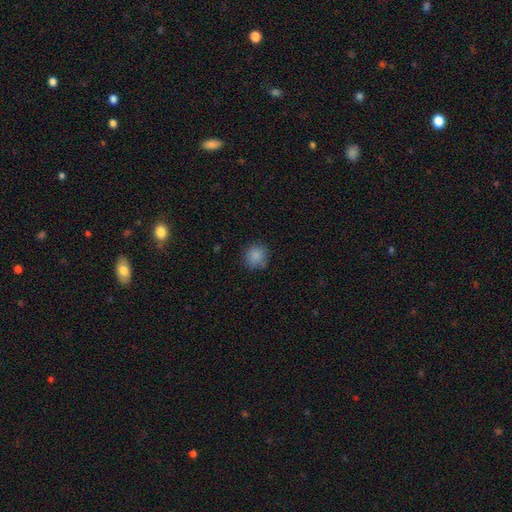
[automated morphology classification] Overall: smooth (86%). How rounded: round (89%). Merging: none (81%).